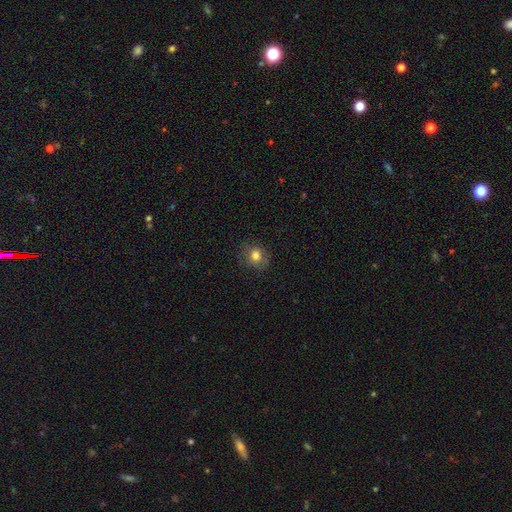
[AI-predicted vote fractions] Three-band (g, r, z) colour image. It shows a smooth galaxy with no disk features (79%) that is round (72%). Merging: none (81%).